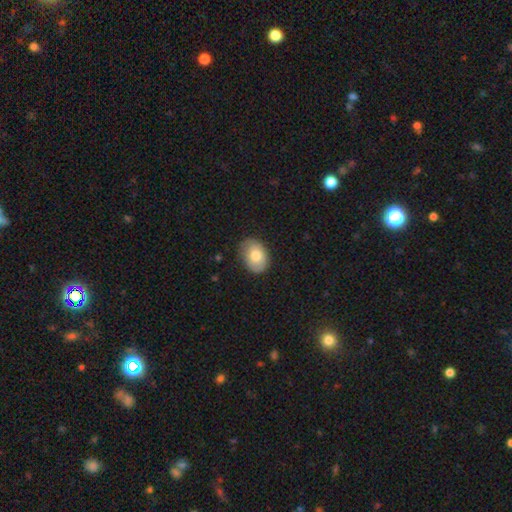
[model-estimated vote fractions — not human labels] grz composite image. It shows a smooth galaxy with no disk features (77%) that is in between round and cigar-shaped (76%). Merging: none (80%).